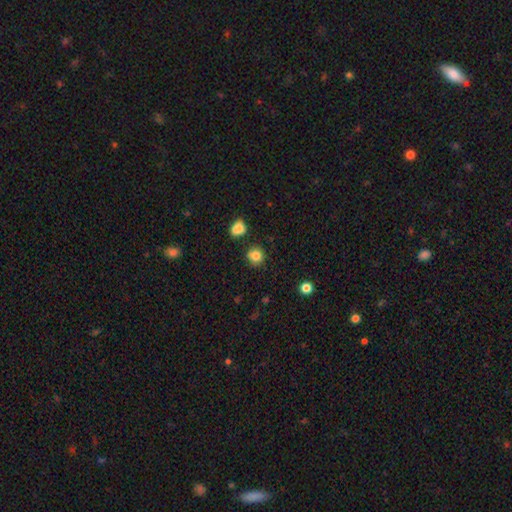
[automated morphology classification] smooth 84%, star or artifact 11%, featured or disk 5%. Down the decision tree: how rounded — round (84%); merging — none (81%).